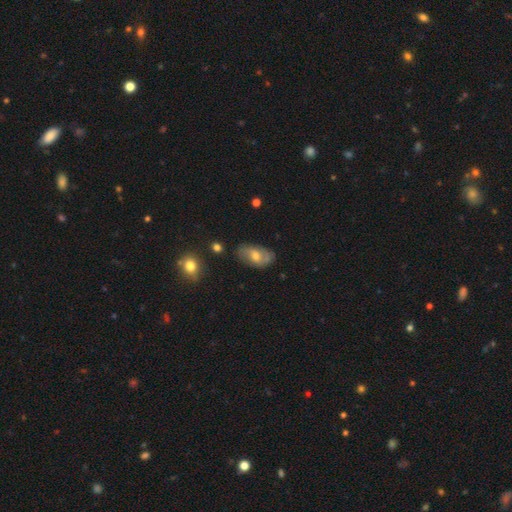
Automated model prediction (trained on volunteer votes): Smooth or featured? Predicted: smooth (p=0.50). Merging? Predicted: none (p=0.70).